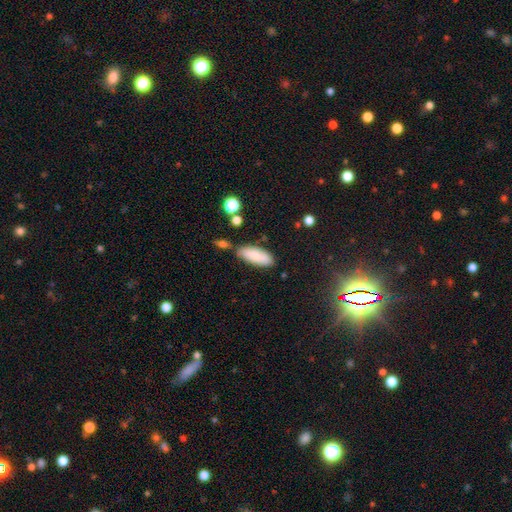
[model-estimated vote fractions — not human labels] smooth 83%, featured or disk 10%, star or artifact 7%. Down the decision tree: how rounded — in between (78%); merging — none (70%).